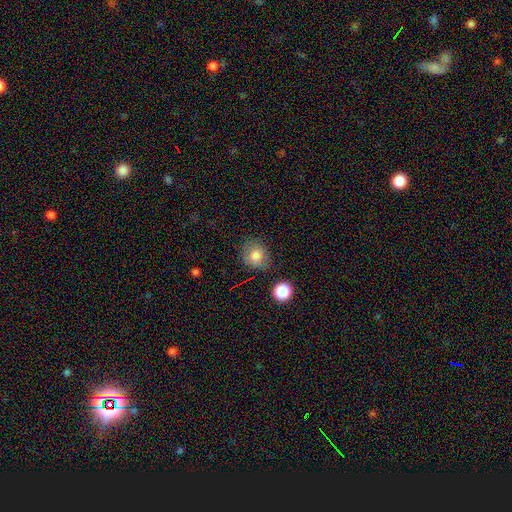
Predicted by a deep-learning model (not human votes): This appears to be a smooth galaxy with no disk features (79%) that is round (74%). Merging: none (74%).